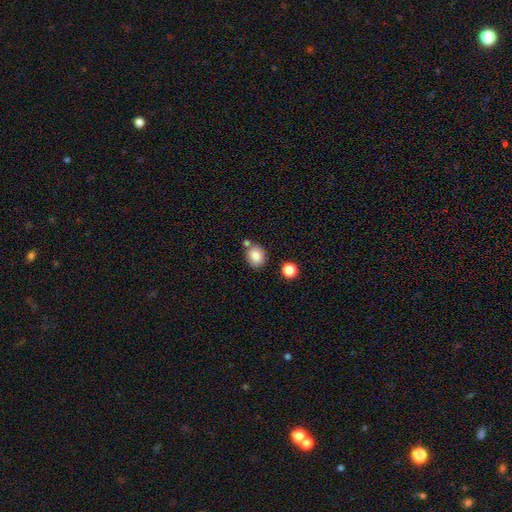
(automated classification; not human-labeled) Smooth or featured? smooth (85%)
How rounded? round (59%)
Merging? none (67%)